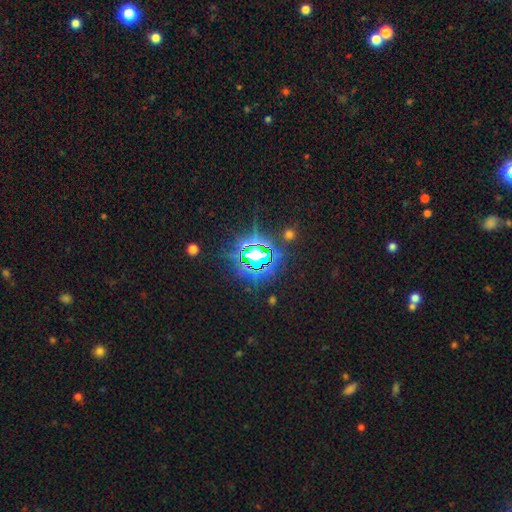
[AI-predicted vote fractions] smooth_or_featured: star or artifact (p=0.76) [alt: smooth p=0.14]